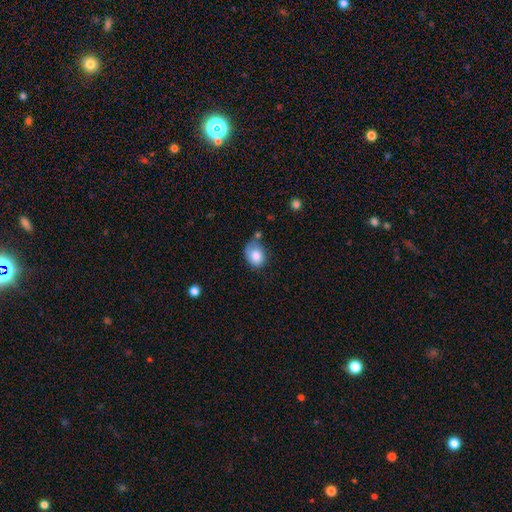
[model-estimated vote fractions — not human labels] Overall: smooth (78%). How rounded: in between (54%; round 45%). Merging: none (45%; minor disturbance 32%).